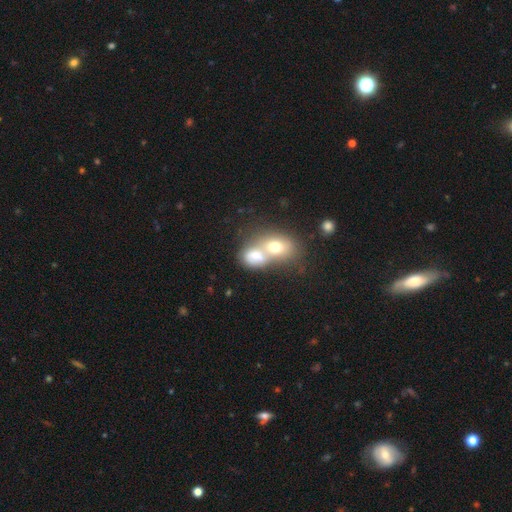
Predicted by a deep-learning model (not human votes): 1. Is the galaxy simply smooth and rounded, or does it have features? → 65% smooth, 24% featured or disk, 11% star or artifact.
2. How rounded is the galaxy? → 54% in between, 44% round, 1% cigar-shaped.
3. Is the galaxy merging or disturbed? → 70% merger, 19% none, 7% minor disturbance, 5% major disturbance.